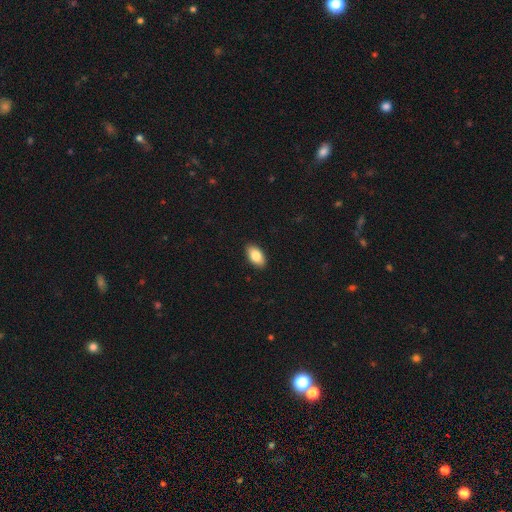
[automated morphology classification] Smooth or featured? Predicted: smooth (p=0.84). How rounded? Predicted: in between (p=0.94). Merging? Predicted: none (p=0.90).